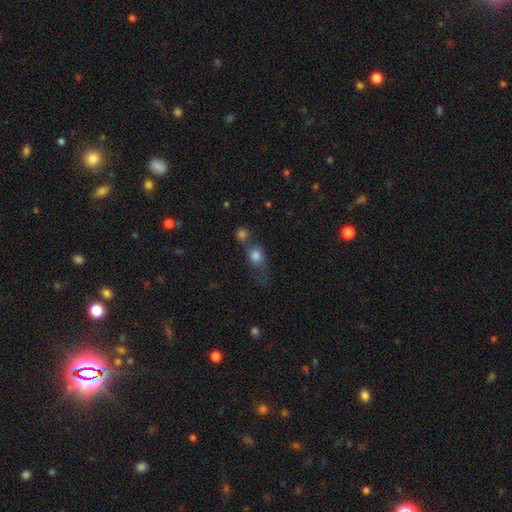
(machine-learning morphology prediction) Smooth or featured? Predicted: smooth (p=0.77). How rounded? Predicted: round (p=0.54). Merging? Predicted: merger (p=0.43).